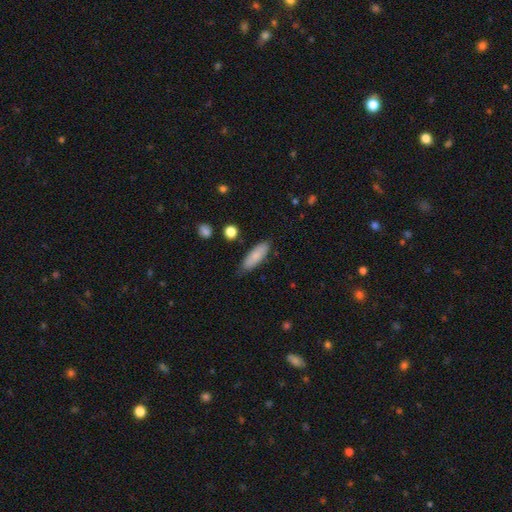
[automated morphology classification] This appears to be a smooth galaxy with no disk features (81%) that is in between round and cigar-shaped (56%). Merging: none (78%).